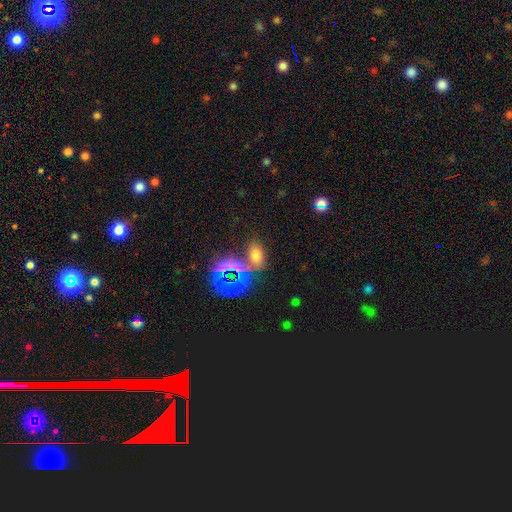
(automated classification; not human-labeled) Overall: smooth (56%; star or artifact 34%). How rounded: in between (84%). Merging: none (61%).